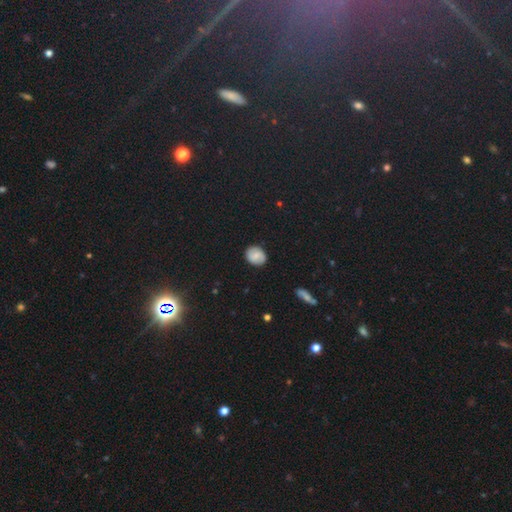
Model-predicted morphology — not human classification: This appears to be a smooth galaxy with no disk features (66%) that is round (59%). Merging: none (84%).